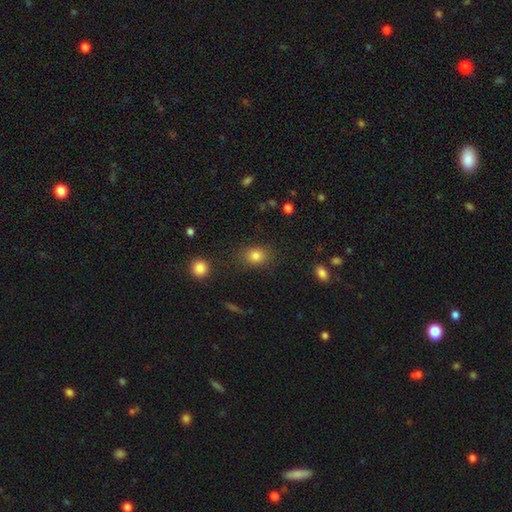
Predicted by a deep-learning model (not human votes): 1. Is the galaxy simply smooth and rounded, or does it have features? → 82% smooth, 11% star or artifact, 7% featured or disk.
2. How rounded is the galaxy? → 54% in between, 45% round, 1% cigar-shaped.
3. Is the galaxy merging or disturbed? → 81% none, 12% minor disturbance, 4% major disturbance, 2% merger.